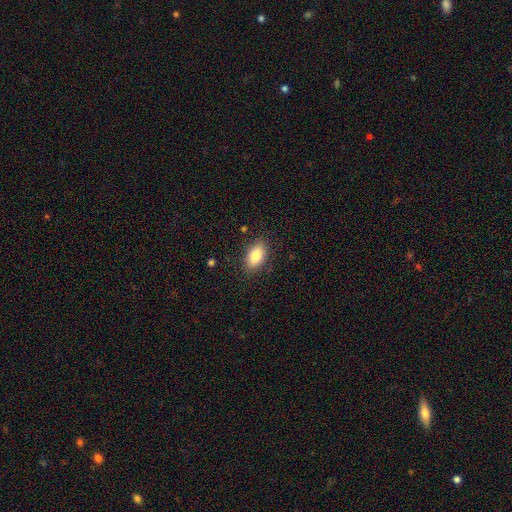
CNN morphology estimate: smooth_or_featured: smooth (p=0.82) [alt: featured or disk p=0.10]
how_rounded: in between (p=0.90) [alt: round p=0.06]
merging: none (p=0.86) [alt: minor disturbance p=0.11]